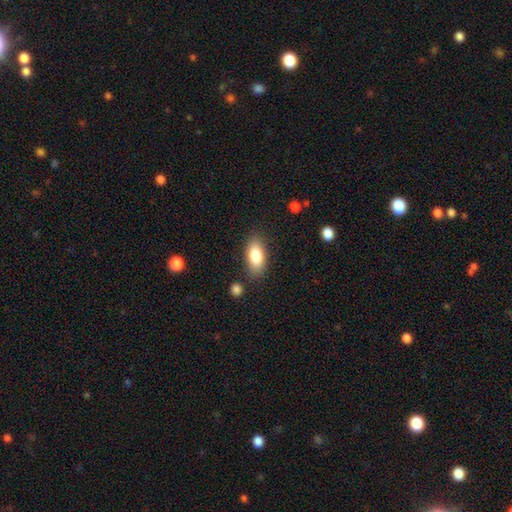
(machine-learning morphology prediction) smooth_or_featured: smooth (p=0.82) [alt: featured or disk p=0.11]
how_rounded: in between (p=0.88) [alt: cigar-shaped p=0.08]
merging: none (p=0.83) [alt: minor disturbance p=0.12]